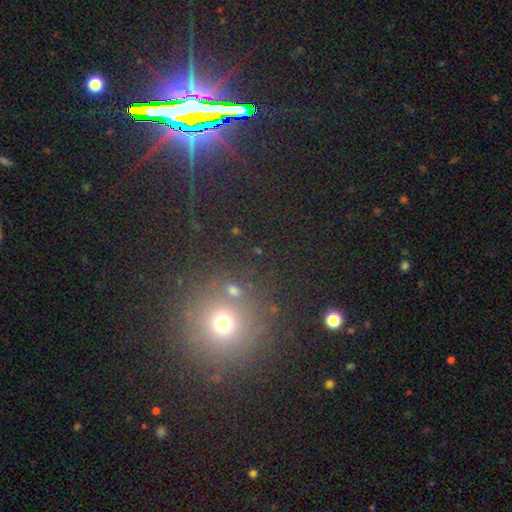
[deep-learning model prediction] The model was most divided on "smooth or featured": star or artifact: 53%, smooth: 35%, featured or disk: 12%.